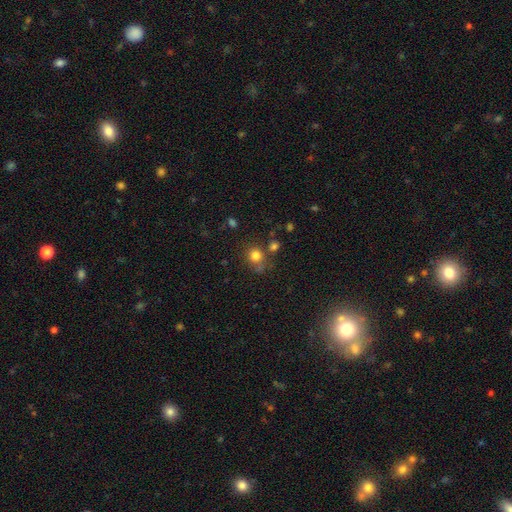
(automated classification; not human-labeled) smooth-or-featured: smooth: 79% | star or artifact: 14% | featured or disk: 7%
  how-rounded: round: 83% | in between: 16% | cigar-shaped: 1%
  merging: none: 66% | minor disturbance: 14% | merger: 14% | major disturbance: 6%